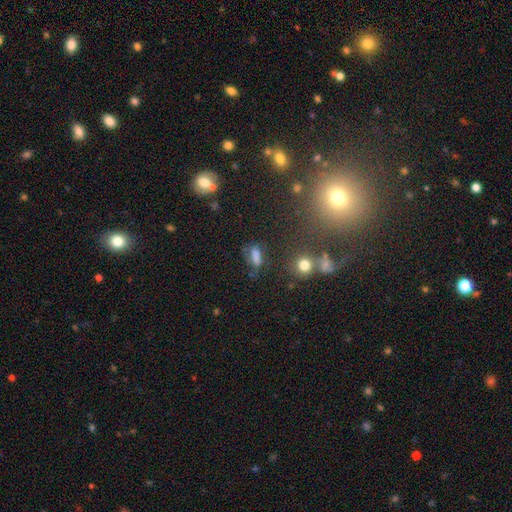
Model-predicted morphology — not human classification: A smooth galaxy with no disk features (64%) that is in between round and cigar-shaped (64%). Merging: none (53%).